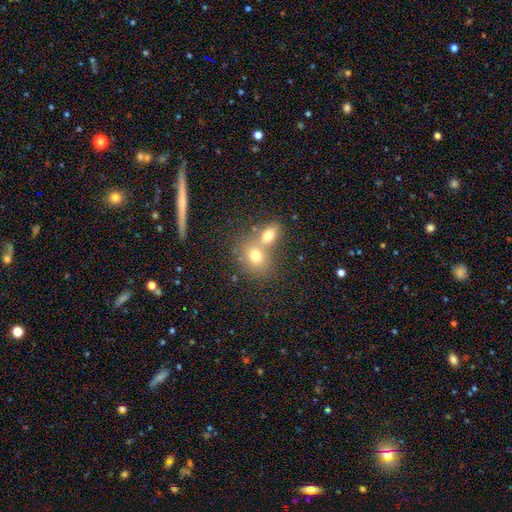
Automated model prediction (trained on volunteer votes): A smooth galaxy with no disk features (71%) that is round (61%). Merging: merger (51%).